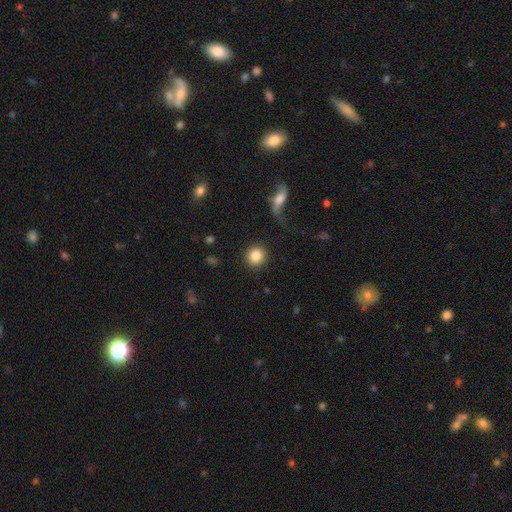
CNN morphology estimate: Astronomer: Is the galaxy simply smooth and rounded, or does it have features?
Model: smooth — 85%.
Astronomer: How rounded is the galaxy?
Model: round — 92%.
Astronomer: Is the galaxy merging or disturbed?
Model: none — 88%.